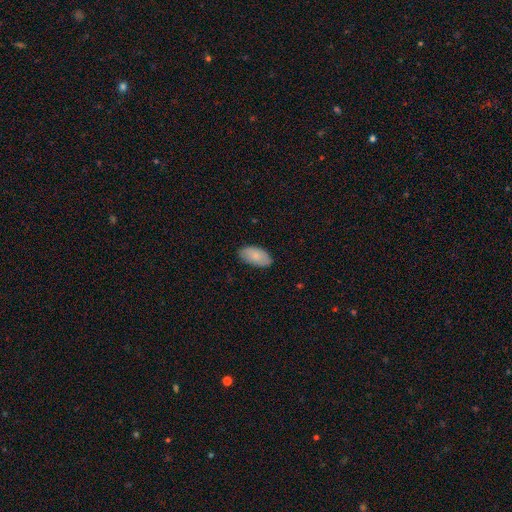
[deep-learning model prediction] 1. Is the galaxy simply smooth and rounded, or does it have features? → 82% smooth, 12% featured or disk, 6% star or artifact.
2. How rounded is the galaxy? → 95% in between, 3% round, 2% cigar-shaped.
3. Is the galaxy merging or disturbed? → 83% none, 14% minor disturbance, 2% major disturbance, 1% merger.